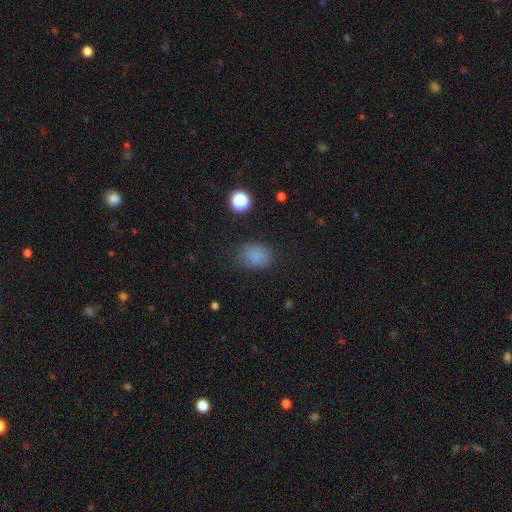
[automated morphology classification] The model was most divided on "how rounded": in between: 59%, round: 40%, cigar-shaped: 1%. More confident: smooth or featured — smooth (82%); merging — none (78%).